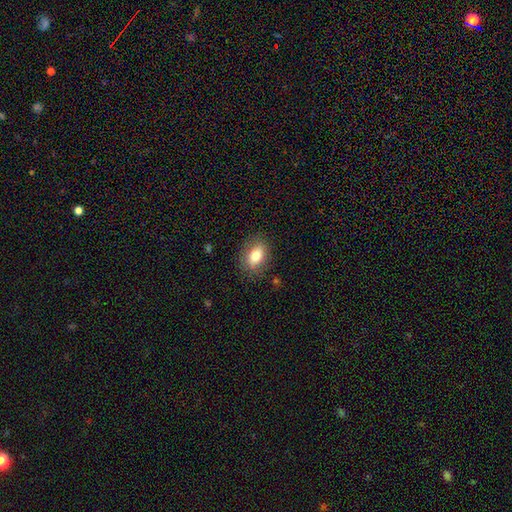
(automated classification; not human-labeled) Q: Smooth or featured?
A: smooth (80%); runner-up: featured or disk (12%)
Q: How rounded?
A: in between (83%); runner-up: round (15%)
Q: Merging?
A: none (82%); runner-up: minor disturbance (13%)